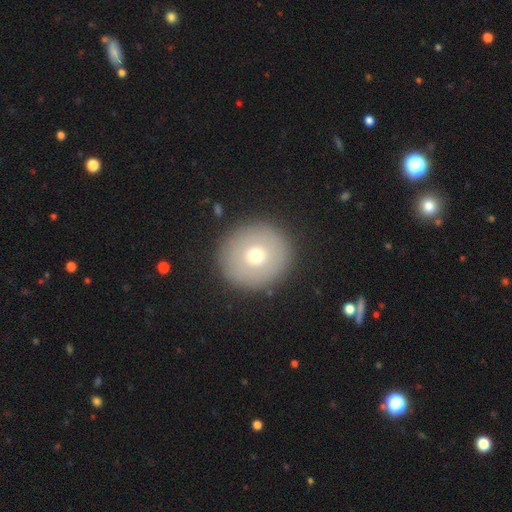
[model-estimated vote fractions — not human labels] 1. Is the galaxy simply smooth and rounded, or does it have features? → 66% smooth, 24% featured or disk, 10% star or artifact.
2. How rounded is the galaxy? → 92% round, 7% in between, 1% cigar-shaped.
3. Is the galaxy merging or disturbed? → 90% none, 6% minor disturbance, 3% major disturbance, 1% merger.